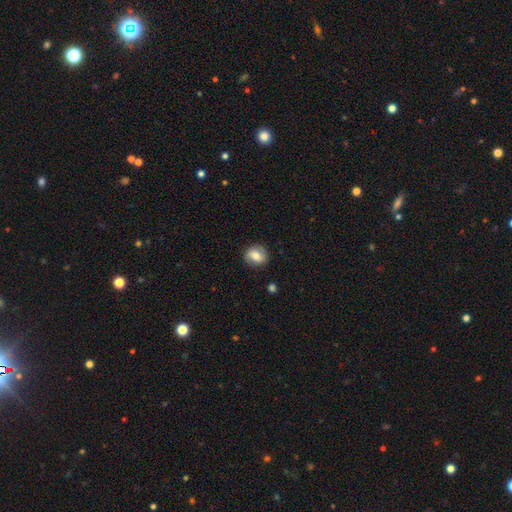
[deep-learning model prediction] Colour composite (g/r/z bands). It shows a smooth galaxy with no disk features (66%) that is round (75%). Merging: none (84%).